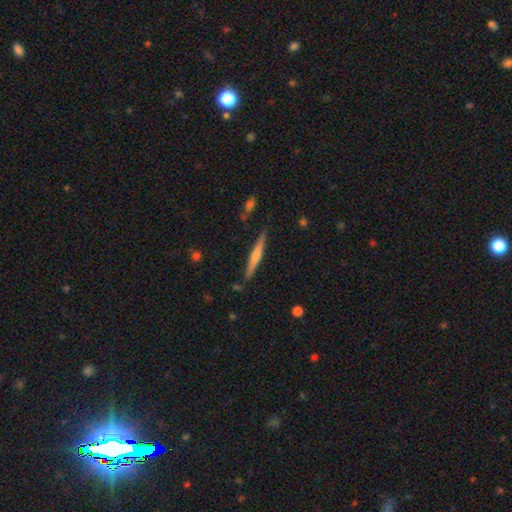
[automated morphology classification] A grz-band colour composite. It shows a featured or disk galaxy (69%) viewed edge-on (98%) with a rounded central bulge (76%). Merging: none (89%).